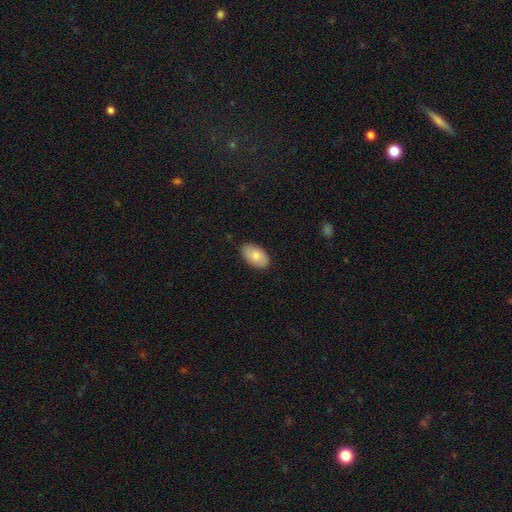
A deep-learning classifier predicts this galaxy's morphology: Q: Smooth or featured?
A: smooth (81%); runner-up: featured or disk (13%)
Q: How rounded?
A: in between (94%); runner-up: round (4%)
Q: Merging?
A: none (85%); runner-up: minor disturbance (12%)